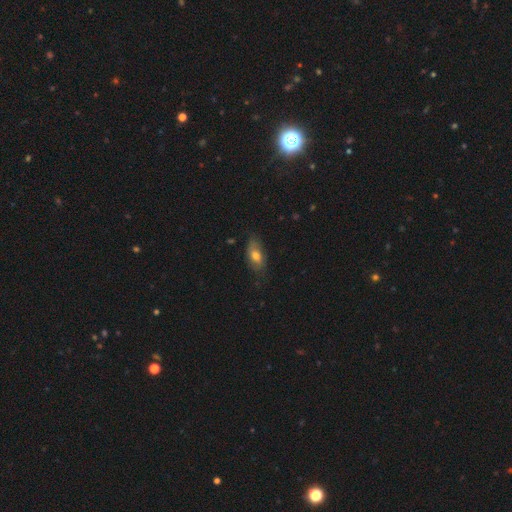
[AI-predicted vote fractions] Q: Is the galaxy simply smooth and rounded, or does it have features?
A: smooth — 68%.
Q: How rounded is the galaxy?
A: in between — 86%.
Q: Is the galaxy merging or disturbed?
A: none — 69%.